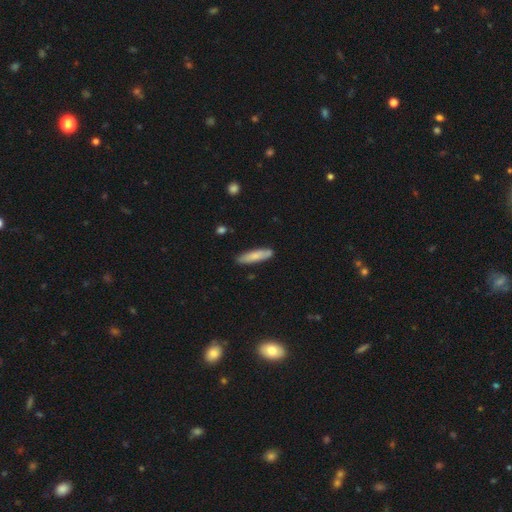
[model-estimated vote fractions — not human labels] This appears to be a smooth galaxy with no disk features (75%) that is cigar-shaped (76%). Merging: none (82%).